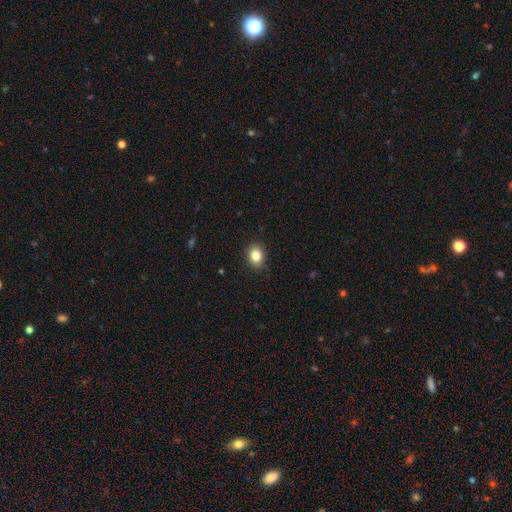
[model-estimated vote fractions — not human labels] A smooth galaxy with no disk features (84%) that is in between round and cigar-shaped (59%).

Vote fractions:
- Smooth or featured? smooth: 84% / star or artifact: 10% / featured or disk: 6%
- How rounded? in between: 59% / round: 40% / cigar-shaped: 1%
- Merging? none: 87% / minor disturbance: 10% / major disturbance: 2% / merger: 1%